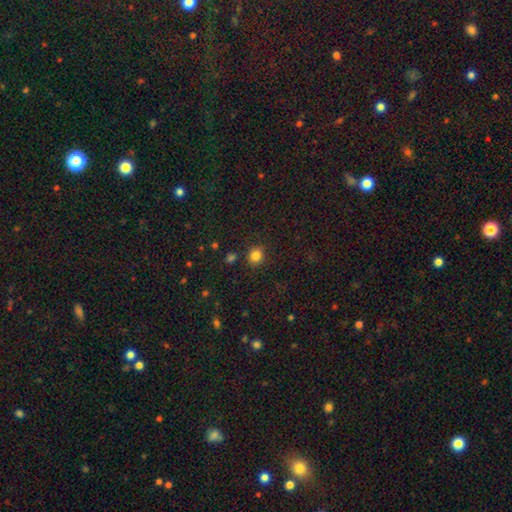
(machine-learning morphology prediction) Smooth or featured?
  - smooth: 82% *
  - star or artifact: 13%
  - featured or disk: 5%
How rounded?
  - round: 86% *
  - in between: 13%
  - cigar-shaped: 1%
Merging?
  - none: 85% *
  - minor disturbance: 9%
  - major disturbance: 3%
  - merger: 3%